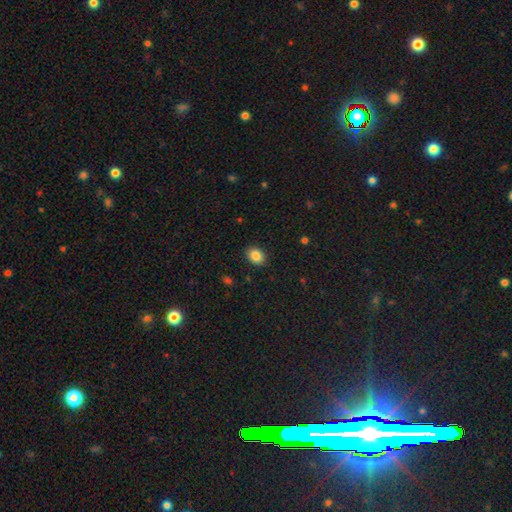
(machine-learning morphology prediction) smooth_or_featured: smooth (p=0.86) [alt: star or artifact p=0.09]
how_rounded: in between (p=0.59) [alt: round p=0.40]
merging: none (p=0.89) [alt: minor disturbance p=0.08]